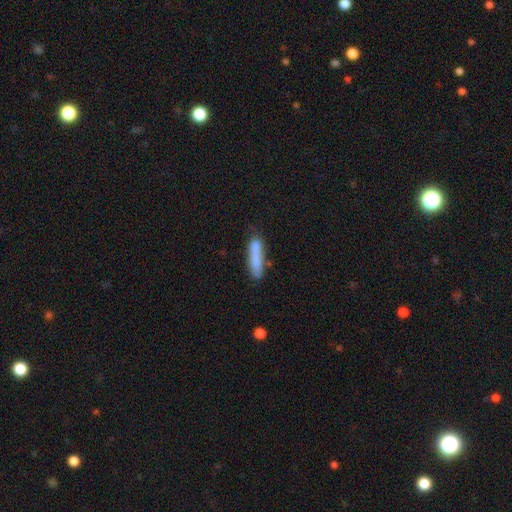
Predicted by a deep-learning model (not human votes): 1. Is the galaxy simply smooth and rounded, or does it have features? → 80% smooth, 13% featured or disk, 7% star or artifact.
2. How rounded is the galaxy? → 87% cigar-shaped, 12% in between, 1% round.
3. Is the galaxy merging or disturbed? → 73% none, 18% minor disturbance, 5% merger, 4% major disturbance.